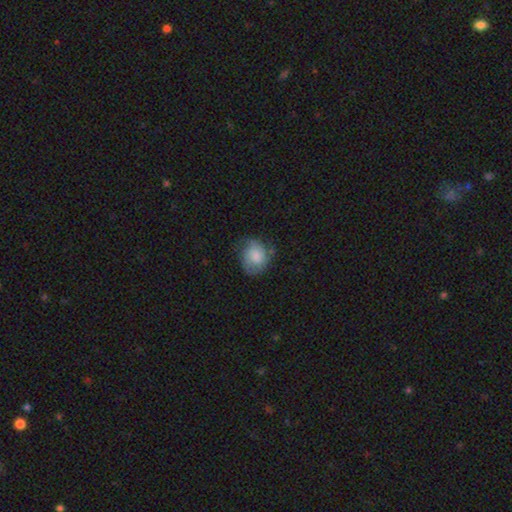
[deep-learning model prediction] smooth-or-featured: smooth: 59% | featured or disk: 33% | star or artifact: 8%
  how-rounded: round: 60% | in between: 40% | cigar-shaped: 1%
  merging: none: 57% | minor disturbance: 29% | major disturbance: 12% | merger: 2%